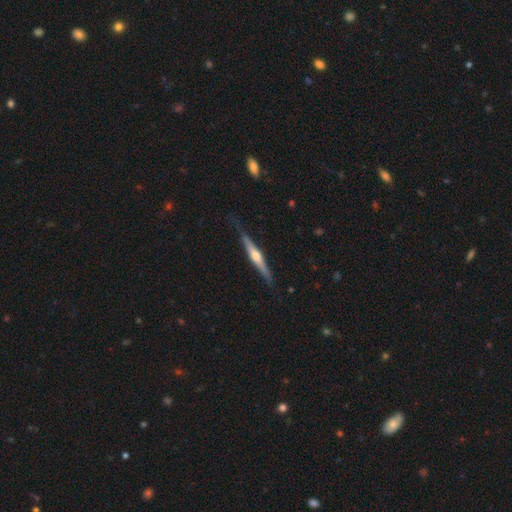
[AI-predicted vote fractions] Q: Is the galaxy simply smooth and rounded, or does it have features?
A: featured or disk — 69%.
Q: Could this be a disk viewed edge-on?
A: yes — 97%.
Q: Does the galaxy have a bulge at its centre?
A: rounded — 87%.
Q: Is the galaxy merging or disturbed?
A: none — 78%.